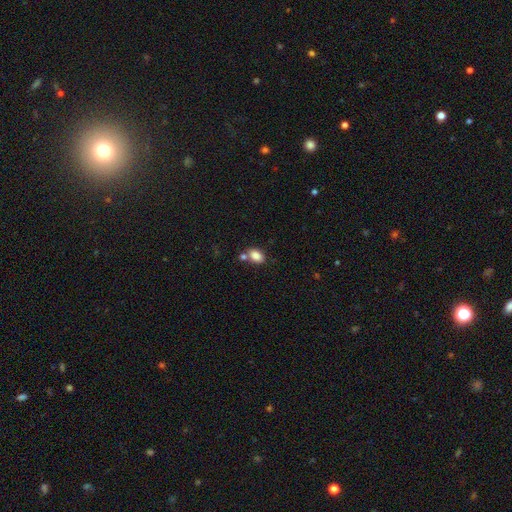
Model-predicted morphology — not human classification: Smooth or featured? Predicted: smooth (p=0.84). How rounded? Predicted: in between (p=0.82). Merging? Predicted: none (p=0.60).